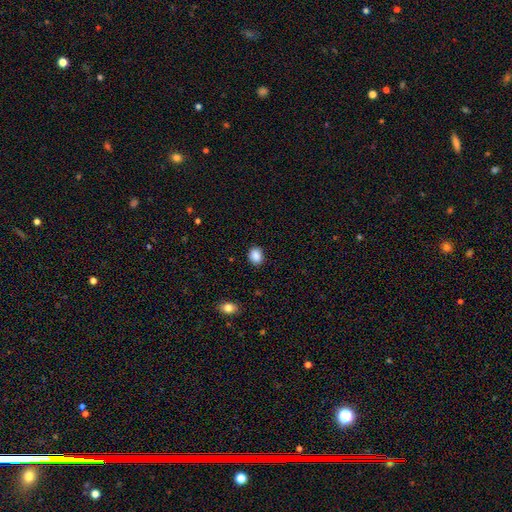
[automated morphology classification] A smooth galaxy with no disk features (88%) that is round (52%).

Vote fractions:
- Smooth or featured? smooth: 88% / star or artifact: 9% / featured or disk: 3%
- How rounded? round: 52% / in between: 47% / cigar-shaped: 1%
- Merging? none: 88% / minor disturbance: 8% / major disturbance: 2% / merger: 1%